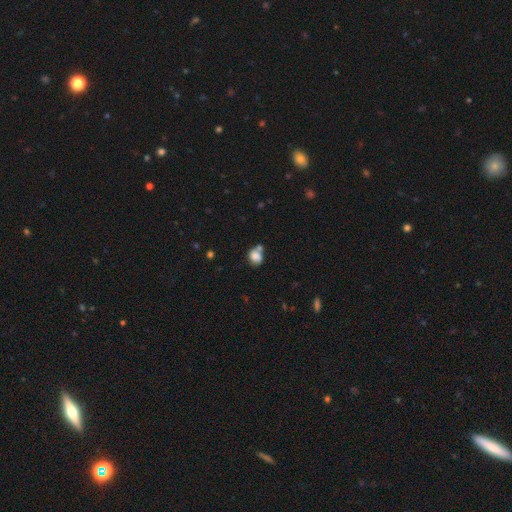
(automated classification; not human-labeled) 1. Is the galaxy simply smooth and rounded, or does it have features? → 80% smooth, 11% featured or disk, 10% star or artifact.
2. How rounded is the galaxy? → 61% round, 38% in between, 1% cigar-shaped.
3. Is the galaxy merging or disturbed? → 40% none, 35% merger, 18% minor disturbance, 7% major disturbance.